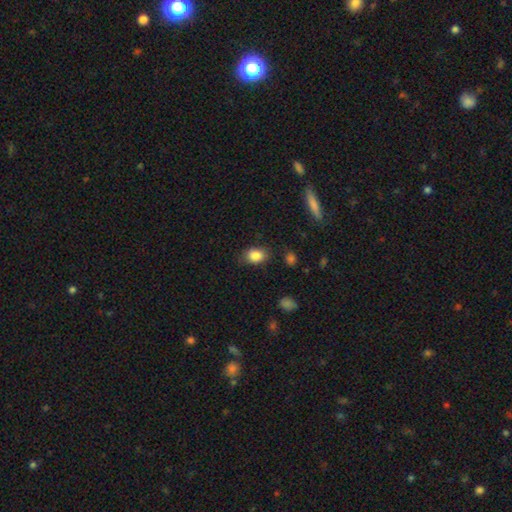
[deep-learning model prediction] smooth-or-featured: smooth: 85% | star or artifact: 9% | featured or disk: 6%
  how-rounded: in between: 69% | round: 30% | cigar-shaped: 1%
  merging: none: 78% | minor disturbance: 16% | major disturbance: 4% | merger: 2%